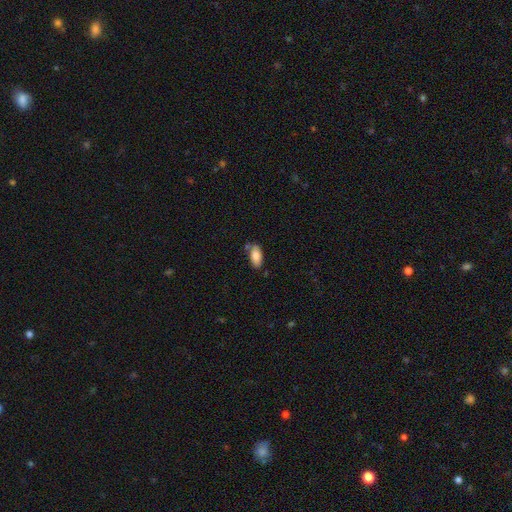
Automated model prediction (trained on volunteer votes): Overall: smooth (85%). How rounded: in between (90%). Merging: none (67%).